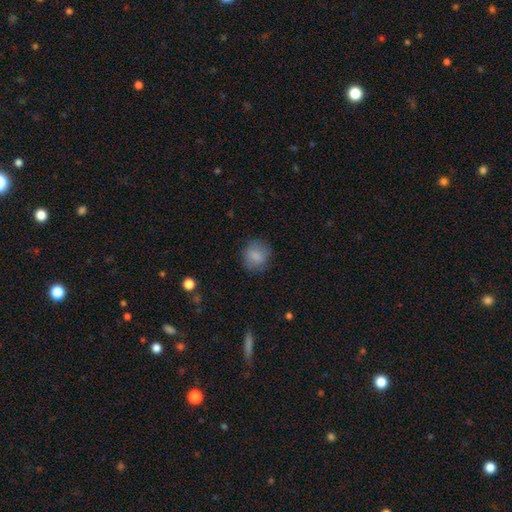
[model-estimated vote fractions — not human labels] Morphology: type=smooth (81%); roundness=round (74%); merging=none (78%).